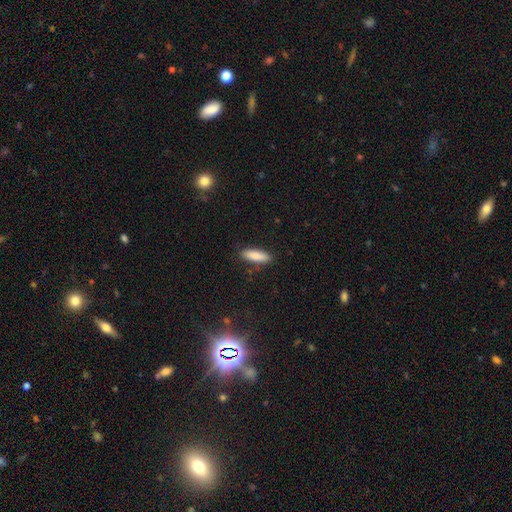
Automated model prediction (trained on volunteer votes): Smooth or featured? Predicted: smooth (p=0.85). How rounded? Predicted: in between (p=0.51). Merging? Predicted: none (p=0.86).